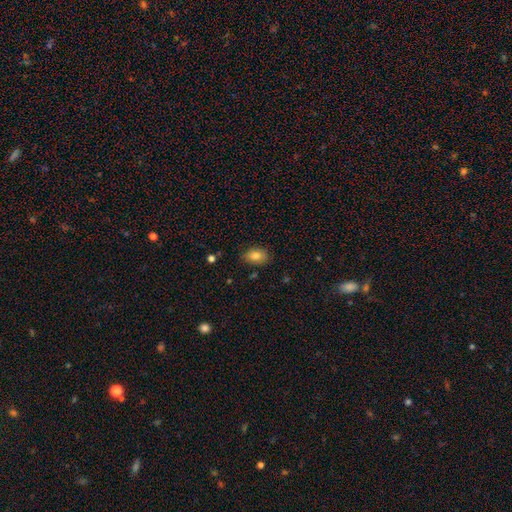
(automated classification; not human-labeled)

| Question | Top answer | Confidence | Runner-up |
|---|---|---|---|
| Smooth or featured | smooth | 82% | featured or disk (9%) |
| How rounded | in between | 84% | round (14%) |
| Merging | none | 83% | minor disturbance (13%) |